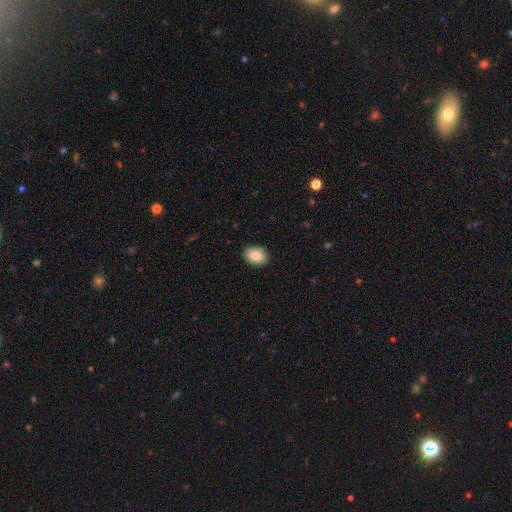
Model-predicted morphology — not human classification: A smooth galaxy with no disk features (84%) that is in between round and cigar-shaped (72%).

Vote fractions:
- Smooth or featured? smooth: 84% / featured or disk: 8% / star or artifact: 7%
- How rounded? in between: 72% / round: 27% / cigar-shaped: 1%
- Merging? none: 88% / minor disturbance: 9% / major disturbance: 2% / merger: 1%